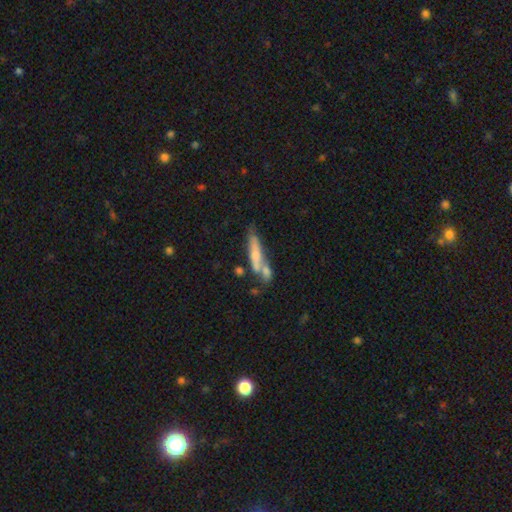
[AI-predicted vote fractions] Morphology: type=smooth (54%); roundness=cigar-shaped (82%); merging=none (43%).